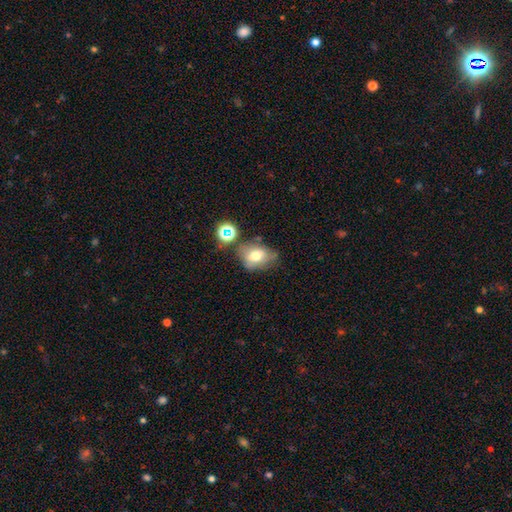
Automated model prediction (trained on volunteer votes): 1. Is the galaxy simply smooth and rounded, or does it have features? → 65% smooth, 21% featured or disk, 14% star or artifact.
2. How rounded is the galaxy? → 59% in between, 39% round, 1% cigar-shaped.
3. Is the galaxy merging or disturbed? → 47% none, 29% minor disturbance, 12% merger, 12% major disturbance.